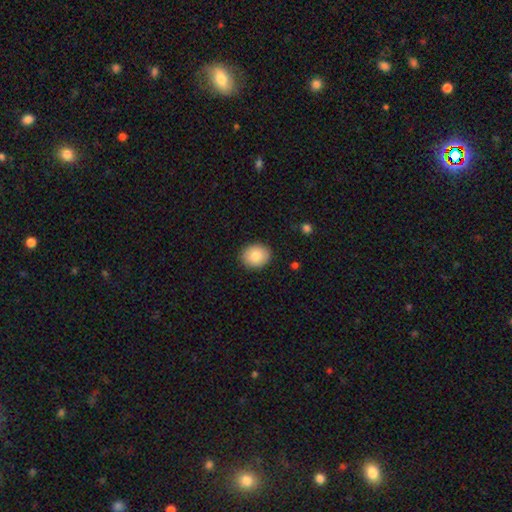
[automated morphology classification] Smooth or featured?
  - smooth: 84% *
  - featured or disk: 9%
  - star or artifact: 8%
How rounded?
  - round: 60% *
  - in between: 39%
  - cigar-shaped: 1%
Merging?
  - none: 89% *
  - minor disturbance: 8%
  - major disturbance: 2%
  - merger: 1%